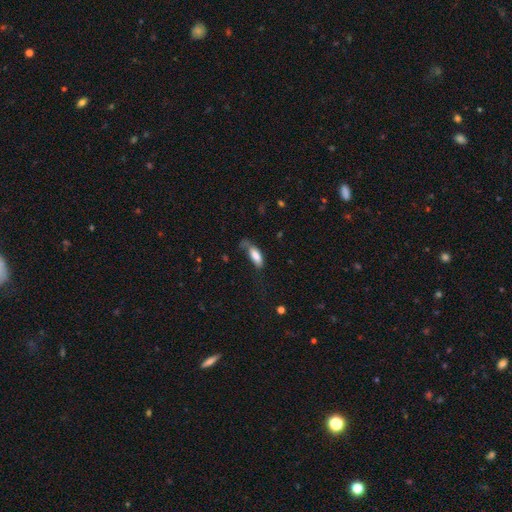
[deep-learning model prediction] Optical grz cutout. It shows a smooth galaxy with no disk features (79%) that is in between round and cigar-shaped (70%). Merging: none (36%).